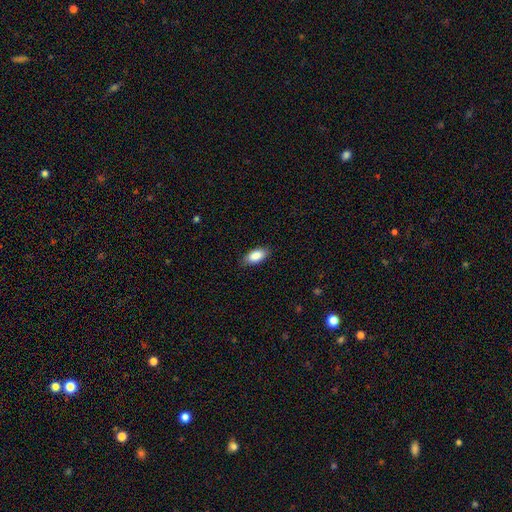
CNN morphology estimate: A smooth galaxy with no disk features (88%) that is in between round and cigar-shaped (91%). Merging: none (85%).